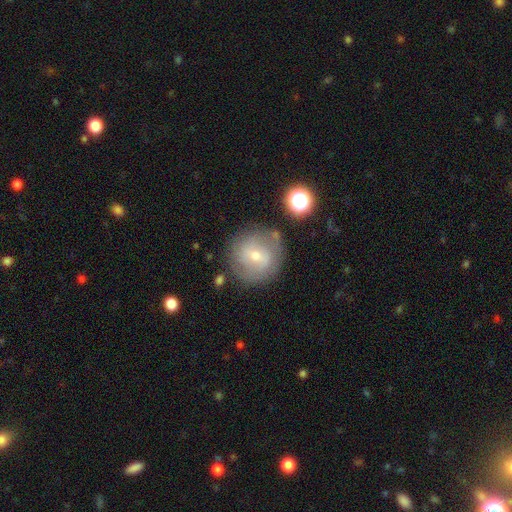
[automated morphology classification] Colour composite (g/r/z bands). It shows a featured or disk galaxy (50%). Merging: none (75%).